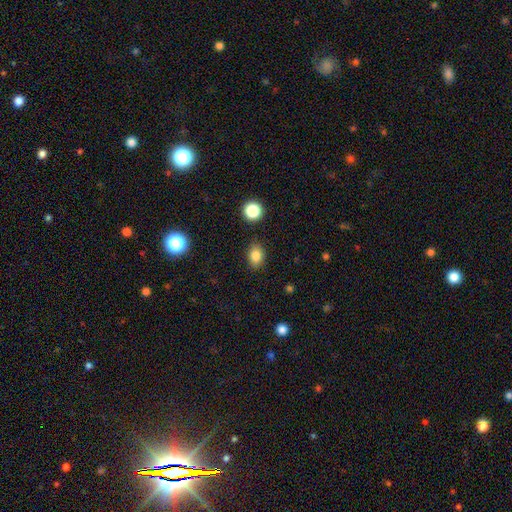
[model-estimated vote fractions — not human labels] Q: Smooth or featured?
A: smooth (83%); runner-up: star or artifact (11%)
Q: How rounded?
A: in between (69%); runner-up: round (30%)
Q: Merging?
A: none (85%); runner-up: minor disturbance (10%)